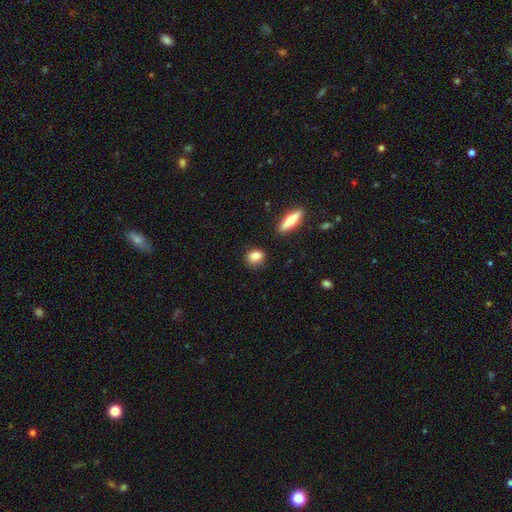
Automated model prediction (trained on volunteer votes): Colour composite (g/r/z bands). It shows a smooth galaxy with no disk features (84%) that is round (52%). Merging: none (82%).